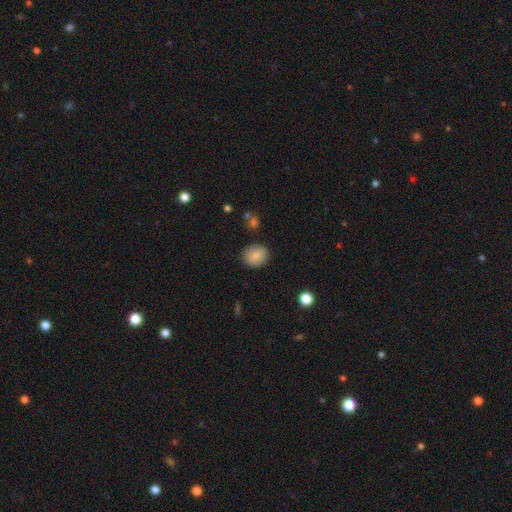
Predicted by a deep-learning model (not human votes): The model was most divided on "how rounded": round: 68%, in between: 31%, cigar-shaped: 1%. More confident: merging — none (86%); smooth or featured — smooth (85%).